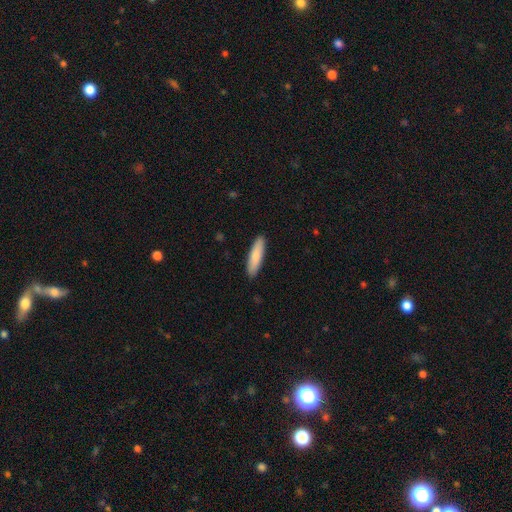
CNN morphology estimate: smooth 84%, featured or disk 11%, star or artifact 5%. Down the decision tree: how rounded — cigar-shaped (72%); merging — none (90%).